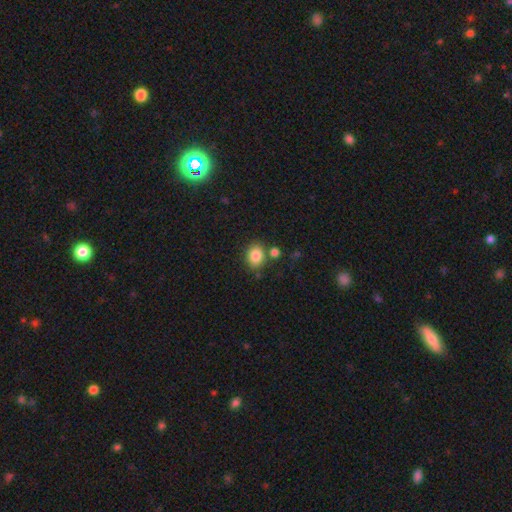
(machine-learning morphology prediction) A smooth galaxy with no disk features (84%) that is in between round and cigar-shaped (55%).

Vote fractions:
- Smooth or featured? smooth: 84% / star or artifact: 10% / featured or disk: 6%
- How rounded? in between: 55% / round: 44% / cigar-shaped: 1%
- Merging? none: 75% / minor disturbance: 11% / merger: 11% / major disturbance: 3%